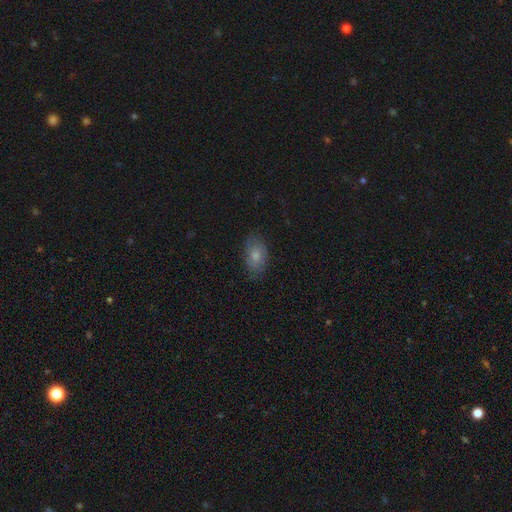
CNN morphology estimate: Smooth or featured? Predicted: smooth (p=0.70). How rounded? Predicted: in between (p=0.90). Merging? Predicted: none (p=0.76).